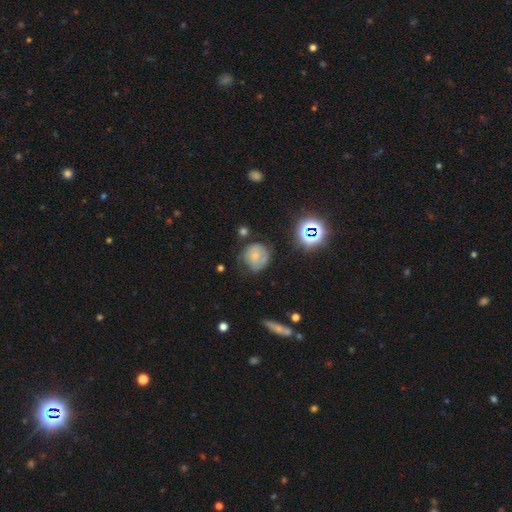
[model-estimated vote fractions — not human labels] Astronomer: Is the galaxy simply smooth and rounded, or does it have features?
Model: smooth — 54% (runner-up: featured or disk, 32%).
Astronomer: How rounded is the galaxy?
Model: round — 79%.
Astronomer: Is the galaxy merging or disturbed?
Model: none — 52% (runner-up: minor disturbance, 31%).